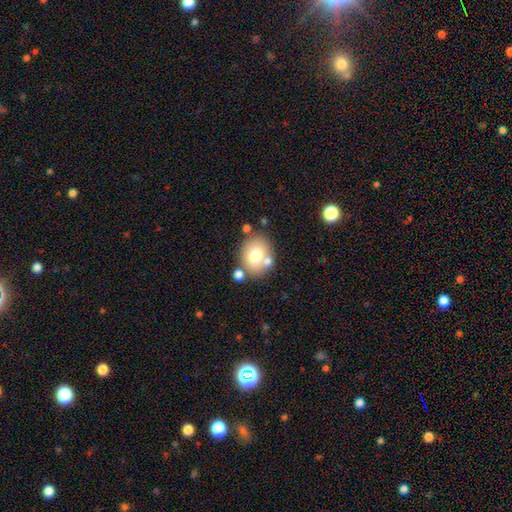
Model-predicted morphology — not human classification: Smooth or featured: smooth — 70% (featured or disk — 20%)
How rounded: round — 57% (in between — 43%)
Merging: none — 69% (merger — 14%)